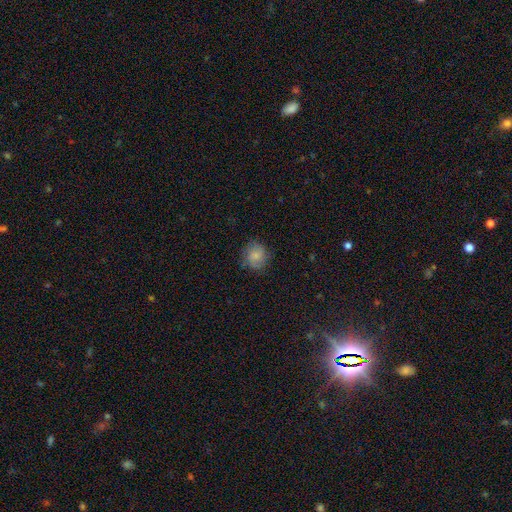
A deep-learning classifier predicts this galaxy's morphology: smooth-or-featured: smooth: 79% | featured or disk: 13% | star or artifact: 8%
  how-rounded: round: 81% | in between: 18% | cigar-shaped: 1%
  merging: none: 77% | minor disturbance: 17% | major disturbance: 5% | merger: 1%